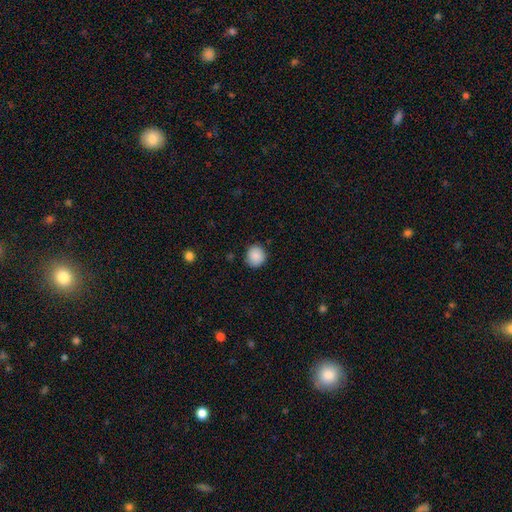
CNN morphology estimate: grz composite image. It shows a smooth galaxy with no disk features (89%) that is round (88%). Merging: none (88%).